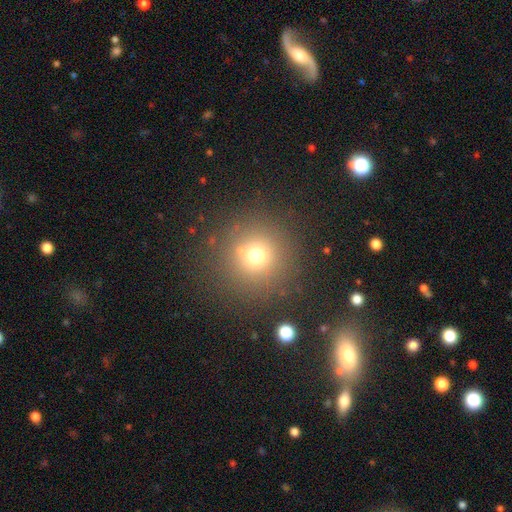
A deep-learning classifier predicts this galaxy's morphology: The model was most divided on "smooth or featured": smooth: 69%, star or artifact: 20%, featured or disk: 10%. More confident: how rounded — round (95%); merging — none (82%).